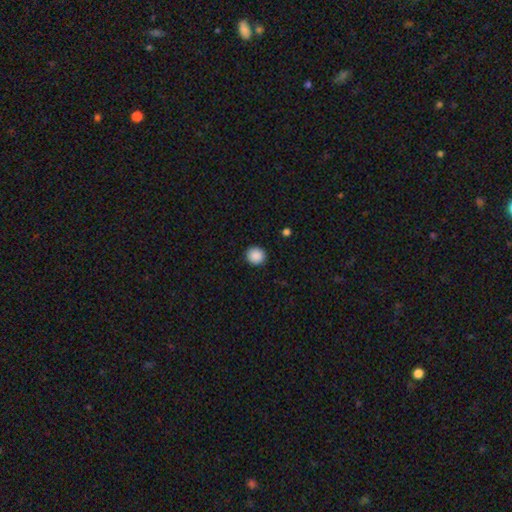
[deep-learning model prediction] Smooth or featured? smooth (89%)
How rounded? round (91%)
Merging? none (92%)